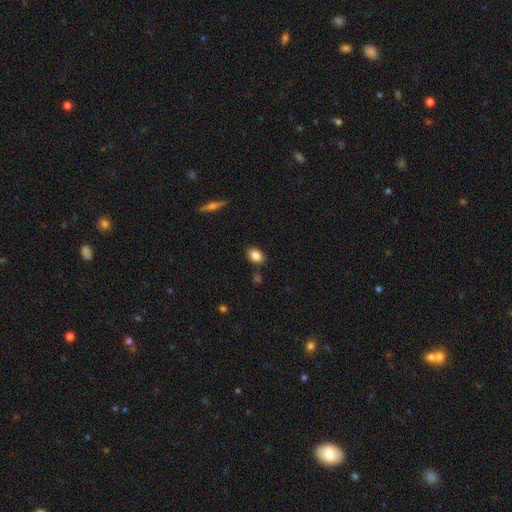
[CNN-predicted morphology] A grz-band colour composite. It shows a smooth galaxy with no disk features (85%) that is in between round and cigar-shaped (84%). Merging: none (83%).